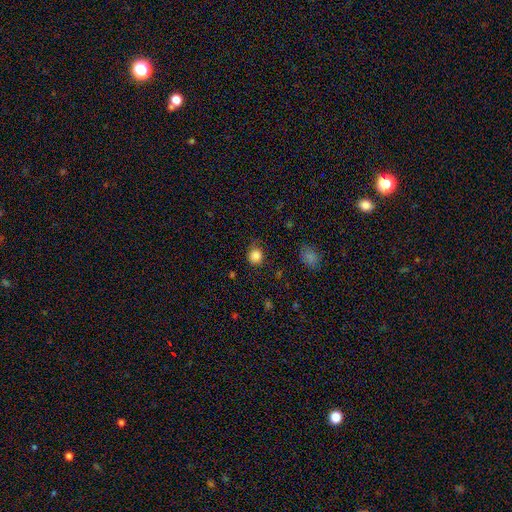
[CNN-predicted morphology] The model was most divided on "merging": none: 78%, minor disturbance: 16%, major disturbance: 4%, merger: 1%. More confident: smooth or featured — smooth (85%); how rounded — round (84%).